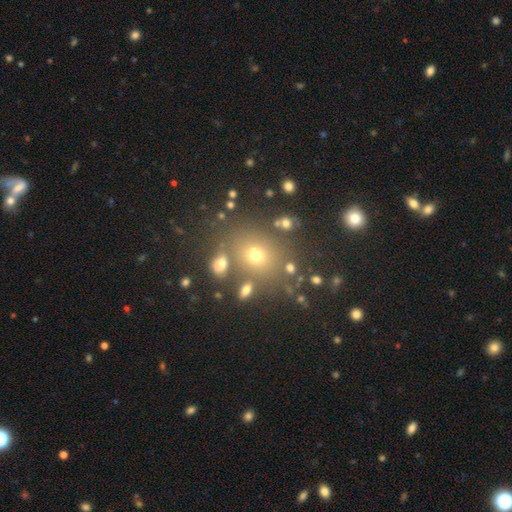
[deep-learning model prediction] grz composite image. It shows a smooth galaxy with no disk features (56%) that is round (72%). Merging: none (73%).